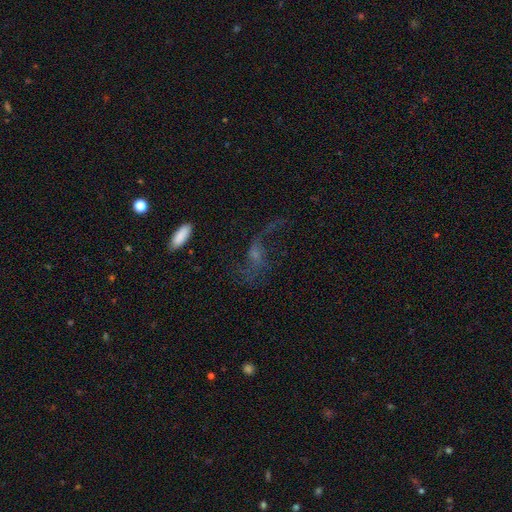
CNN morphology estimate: type=featured or disk (64%); edge-on=no (93%); bar=no (61%); spiral arms=yes (78%); bulge=small (54%); merging=none (46%).